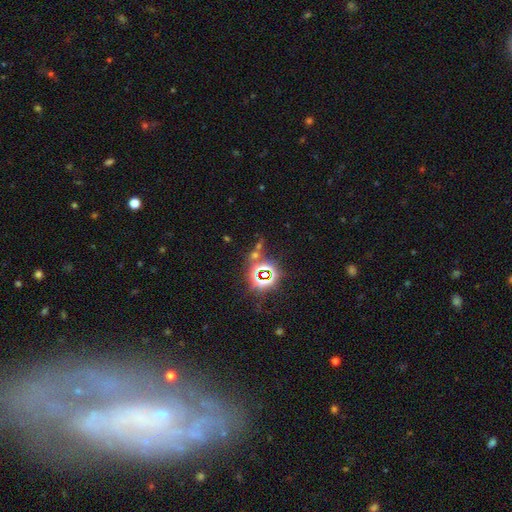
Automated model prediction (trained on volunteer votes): The model was most divided on "smooth or featured": star or artifact: 80%, smooth: 12%, featured or disk: 9%.